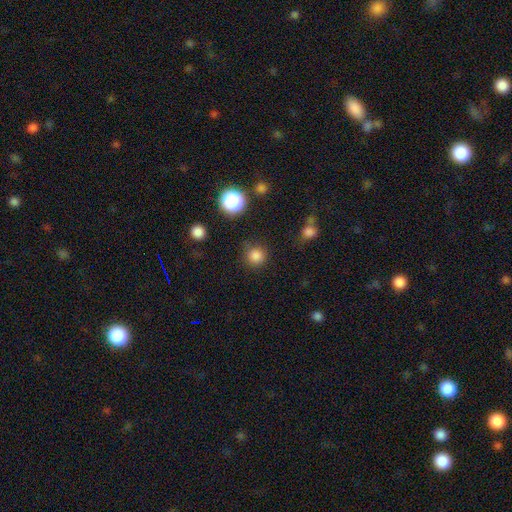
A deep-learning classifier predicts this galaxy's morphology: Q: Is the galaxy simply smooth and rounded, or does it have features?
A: smooth — 81%.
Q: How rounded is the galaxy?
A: round — 94%.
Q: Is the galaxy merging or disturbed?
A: none — 84%.